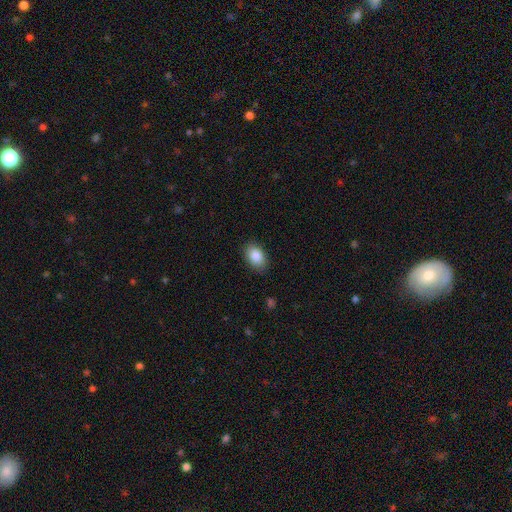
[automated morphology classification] This appears to be a smooth galaxy with no disk features (86%) that is in between round and cigar-shaped (86%). Merging: none (86%).